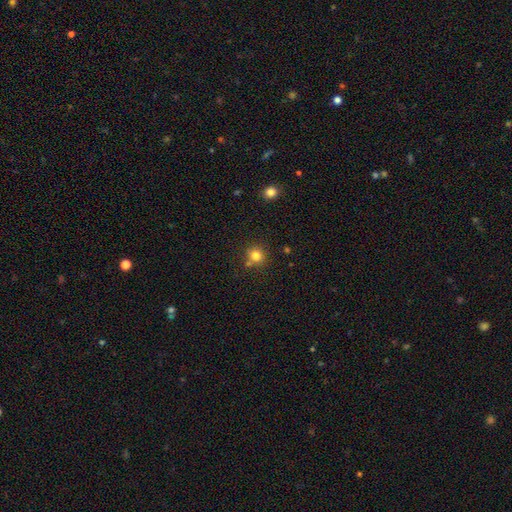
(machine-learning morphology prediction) Smooth or featured: smooth — 80% (star or artifact — 13%)
How rounded: round — 89% (in between — 10%)
Merging: none — 73% (merger — 14%)